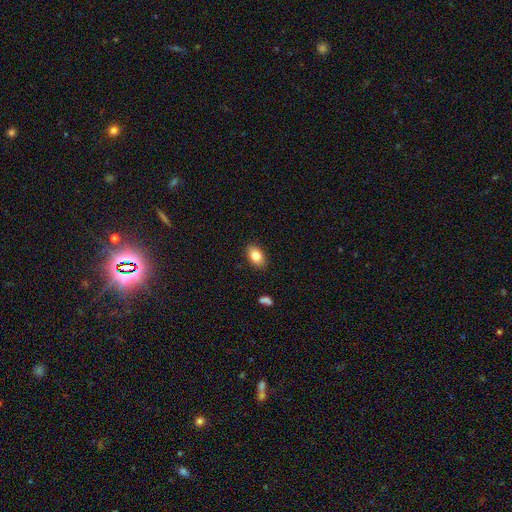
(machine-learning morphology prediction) type=smooth (82%); roundness=in between (89%); merging=none (88%).